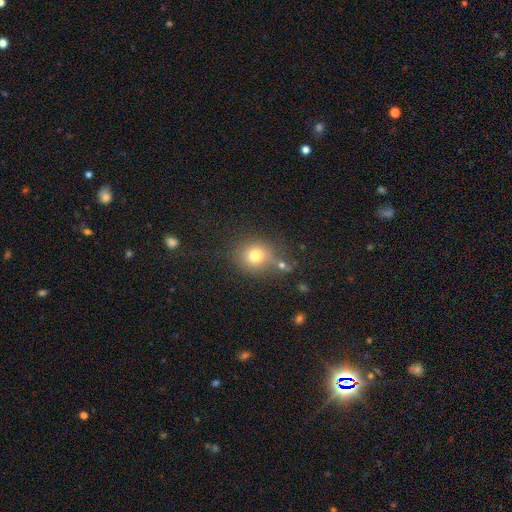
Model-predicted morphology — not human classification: Q: Smooth or featured?
A: smooth (75%); runner-up: star or artifact (14%)
Q: How rounded?
A: round (84%); runner-up: in between (15%)
Q: Merging?
A: none (60%); runner-up: merger (19%)